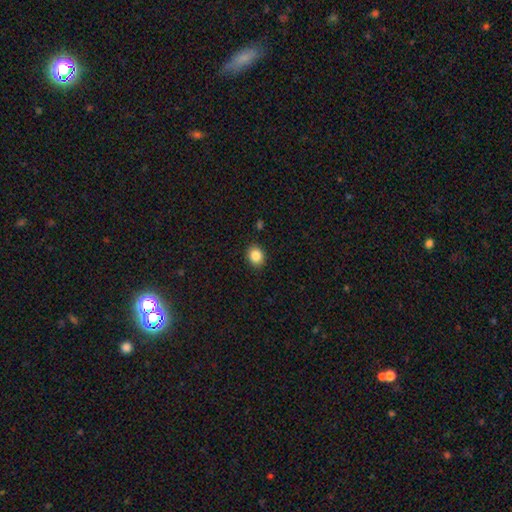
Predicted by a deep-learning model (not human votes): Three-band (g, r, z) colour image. It shows a smooth galaxy with no disk features (86%) that is round (61%). Merging: none (89%).